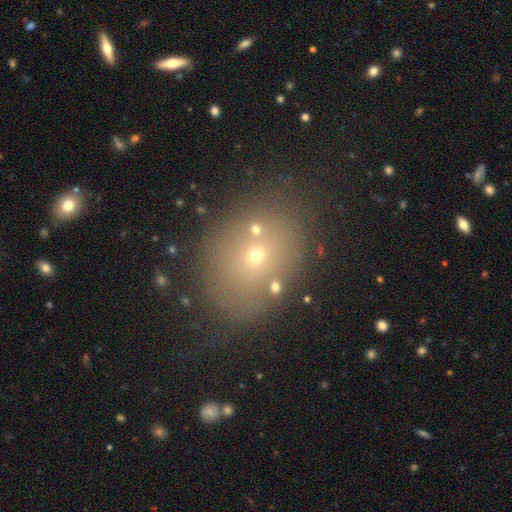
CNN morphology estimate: Smooth or featured? smooth (58%)
How rounded? in between (52%)
Merging? none (75%)